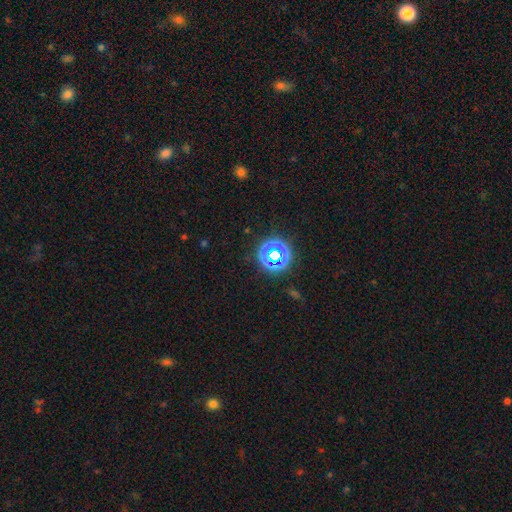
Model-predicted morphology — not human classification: A star or artifact, not a galaxy (53%).

Vote fractions:
- Smooth or featured? star or artifact: 53% / smooth: 39% / featured or disk: 8%